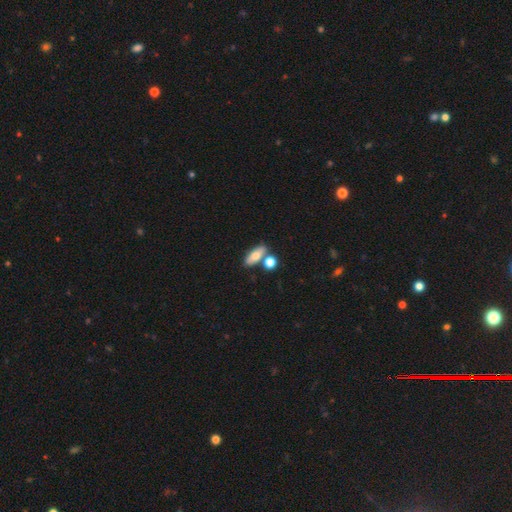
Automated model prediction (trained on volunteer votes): This is likely a smooth galaxy (73%). How rounded: likely in between (71%). Merging: likely none (63%).